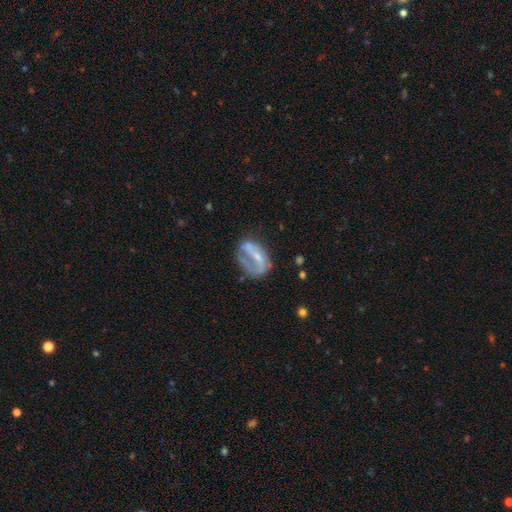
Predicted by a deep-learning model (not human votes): smooth_or_featured: featured or disk (p=0.65) [alt: smooth p=0.27]
disk_edge_on: no (p=0.95) [alt: yes p=0.05]
bar: no (p=0.40) [alt: weak p=0.33]
has_spiral_arms: yes (p=0.51) [alt: no p=0.49]
bulge_size: small (p=0.50) [alt: none p=0.25]
merging: major disturbance (p=0.36) [alt: none p=0.34]